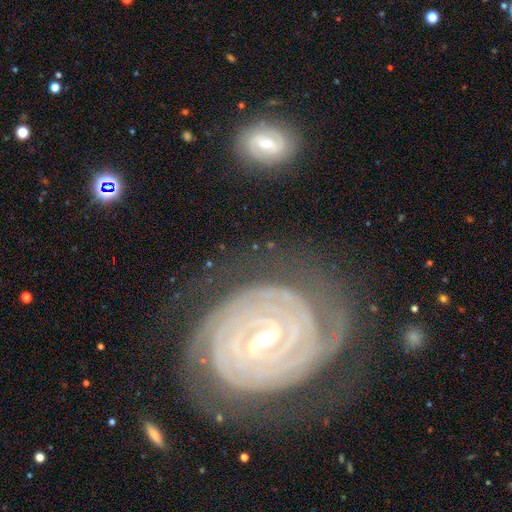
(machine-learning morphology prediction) A featured or disk galaxy (87%) with a strong bar (42%), 2 (26%) tight (86%) spiral arms (97%) and a small central bulge (60%). Merging: none (74%).